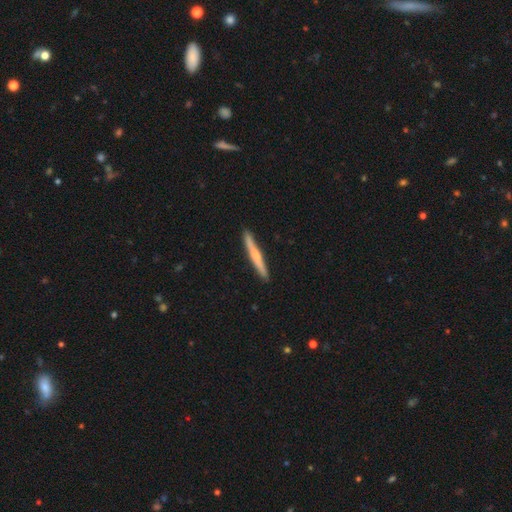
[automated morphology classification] type=smooth (50%); merging=none (91%).